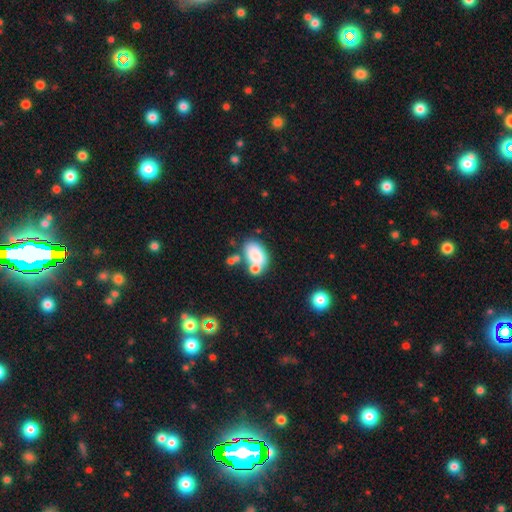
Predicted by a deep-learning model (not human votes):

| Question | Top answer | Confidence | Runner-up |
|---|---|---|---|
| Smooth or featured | smooth | 78% | featured or disk (13%) |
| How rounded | in between | 90% | round (8%) |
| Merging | none | 41% | merger (35%) |